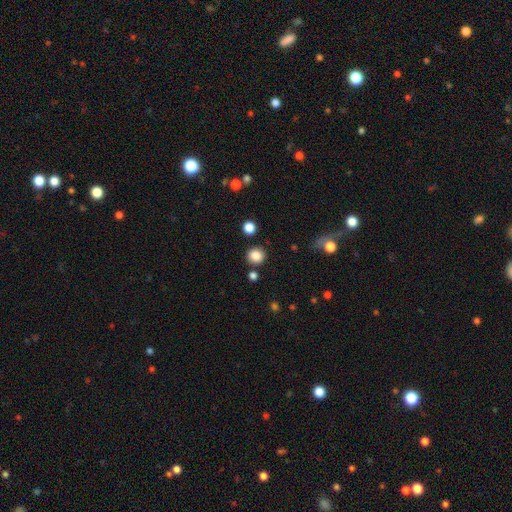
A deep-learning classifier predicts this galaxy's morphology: This appears to be a smooth galaxy with no disk features (85%) that is round (90%). Merging: none (87%).